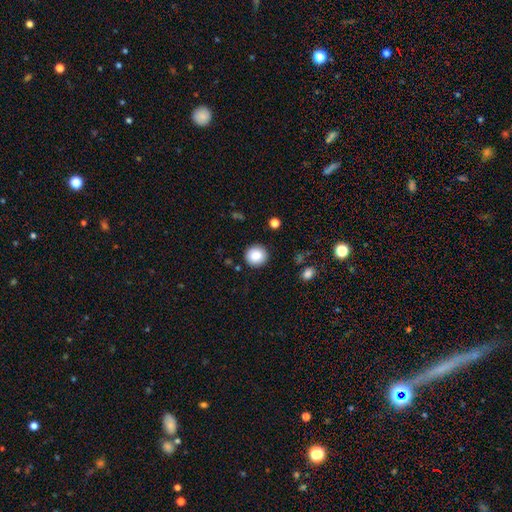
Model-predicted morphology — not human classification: This is clearly a smooth galaxy (86%). How rounded: clearly round (94%). Merging: clearly none (90%).